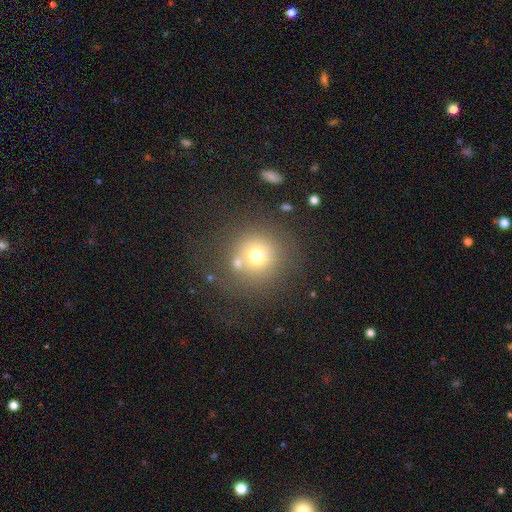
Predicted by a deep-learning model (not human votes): smooth 67%, star or artifact 17%, featured or disk 16%. Down the decision tree: how rounded — round (93%); merging — none (66%).